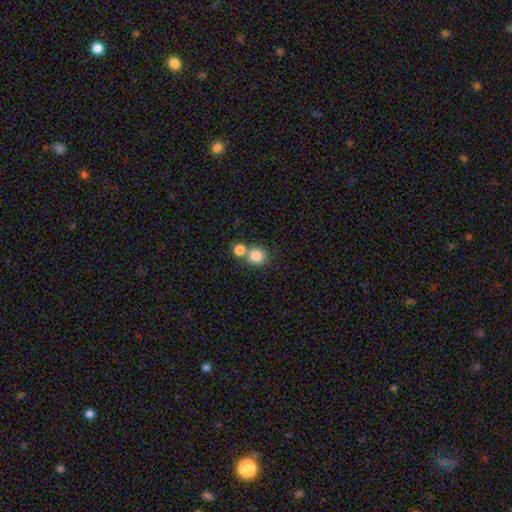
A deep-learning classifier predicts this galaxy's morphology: smooth 84%, star or artifact 10%, featured or disk 6%. Down the decision tree: how rounded — round (82%); merging — none (53%).